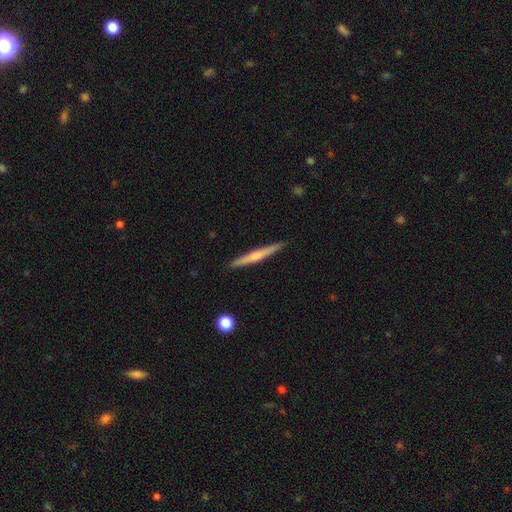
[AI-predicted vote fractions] A featured or disk galaxy (51%) viewed edge-on (97%) with a rounded central bulge (57%).

Vote fractions:
- Smooth or featured? featured or disk: 51% / smooth: 43% / star or artifact: 6%
- Edge-on disk? yes: 97% / no: 3%
- Edge-on bulge? rounded: 57% / none: 36% / boxy: 7%
- Merging? none: 92% / minor disturbance: 6% / major disturbance: 1% / merger: 1%